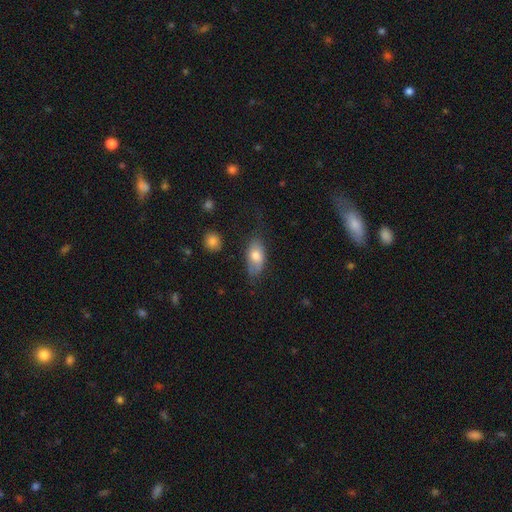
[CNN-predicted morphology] A smooth galaxy with no disk features (73%) that is in between round and cigar-shaped (90%). Merging: none (58%).